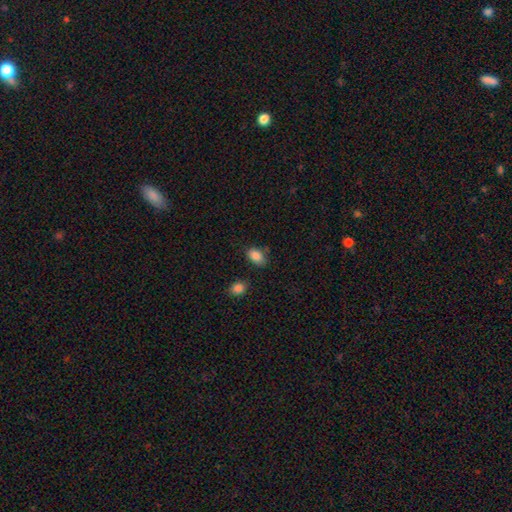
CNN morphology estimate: A smooth galaxy with no disk features (86%) that is in between round and cigar-shaped (84%). Merging: none (73%).